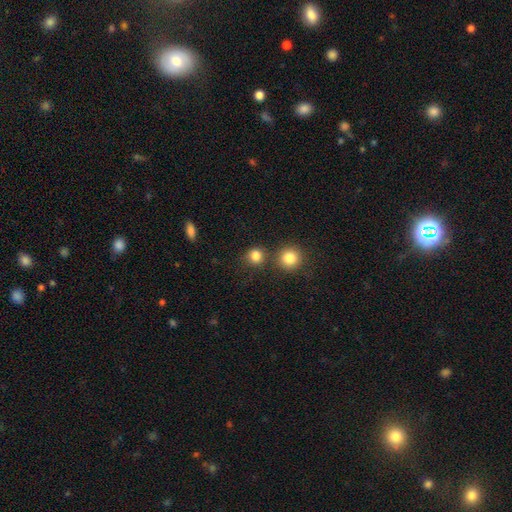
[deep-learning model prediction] Morphology: type=smooth (83%); roundness=round (89%); merging=none (73%).